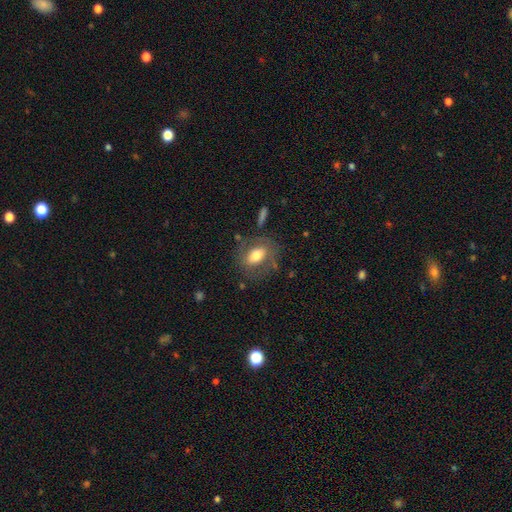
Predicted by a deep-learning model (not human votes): Morphology: type=smooth (64%); roundness=in between (73%); merging=none (67%).